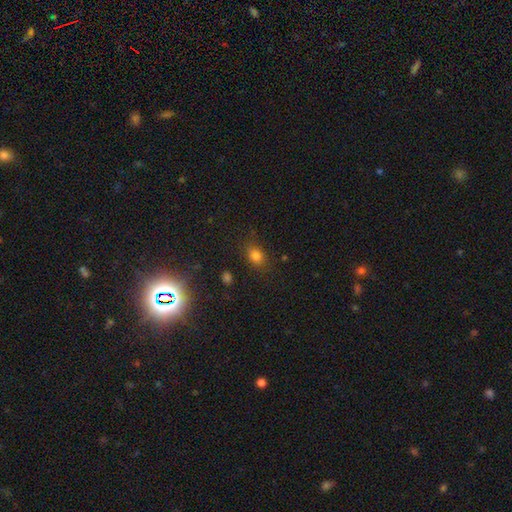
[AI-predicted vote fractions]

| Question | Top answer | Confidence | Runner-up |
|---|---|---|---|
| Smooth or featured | smooth | 79% | star or artifact (14%) |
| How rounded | in between | 61% | round (37%) |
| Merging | none | 80% | minor disturbance (14%) |